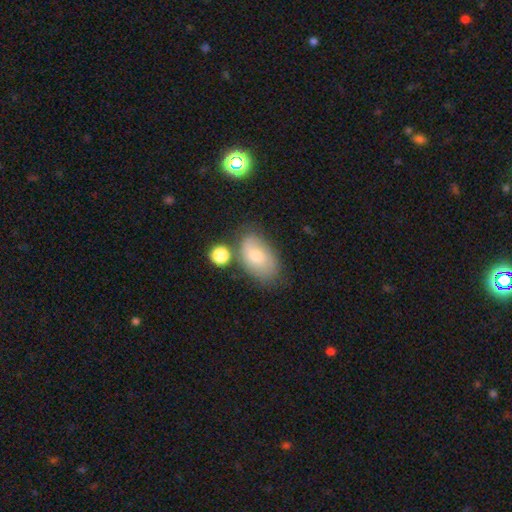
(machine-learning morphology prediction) Smooth or featured? Predicted: smooth (p=0.62). How rounded? Predicted: in between (p=0.90). Merging? Predicted: none (p=0.63).